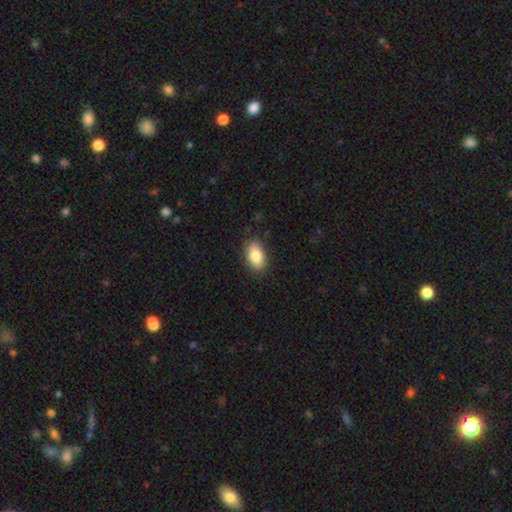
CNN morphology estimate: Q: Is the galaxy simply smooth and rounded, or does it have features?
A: smooth — 83%.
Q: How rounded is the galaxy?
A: in between — 91%.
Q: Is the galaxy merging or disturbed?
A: none — 85%.